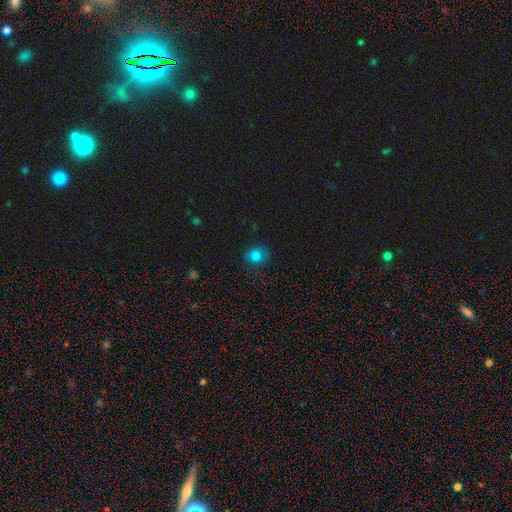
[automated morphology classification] smooth-or-featured: smooth: 78% | star or artifact: 14% | featured or disk: 8%
  how-rounded: round: 73% | in between: 26% | cigar-shaped: 1%
  merging: none: 76% | minor disturbance: 17% | major disturbance: 5% | merger: 1%